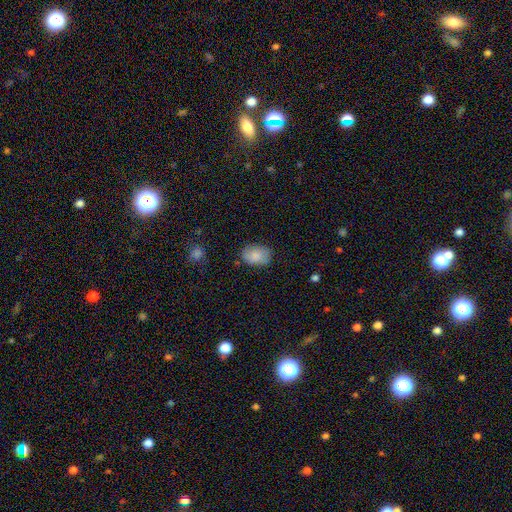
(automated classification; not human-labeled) The model was most divided on "merging": none: 77%, minor disturbance: 18%, major disturbance: 4%, merger: 2%. More confident: smooth or featured — smooth (82%); how rounded — in between (79%).